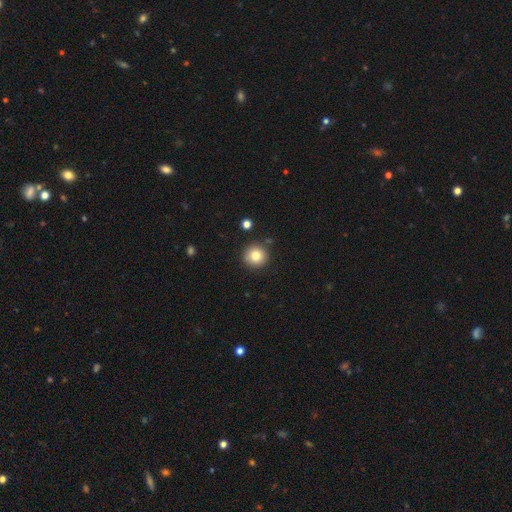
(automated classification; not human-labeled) A smooth galaxy with no disk features (81%) that is round (95%).

Vote fractions:
- Smooth or featured? smooth: 81% / star or artifact: 11% / featured or disk: 8%
- How rounded? round: 95% / in between: 4% / cigar-shaped: 1%
- Merging? none: 87% / minor disturbance: 7% / merger: 3% / major disturbance: 2%